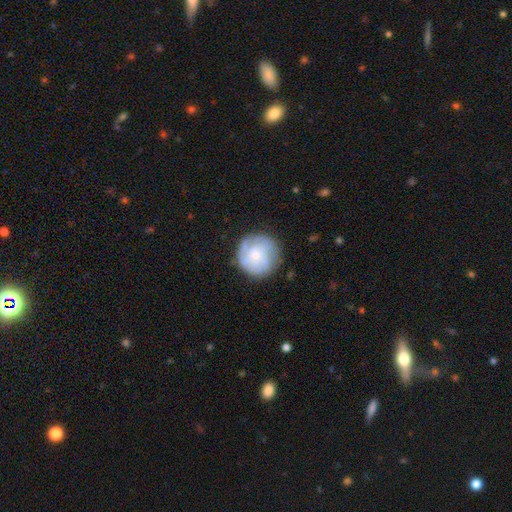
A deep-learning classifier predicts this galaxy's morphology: featured or disk 51%, smooth 42%, star or artifact 7%. Down the decision tree: edge-on disk — no (98%); bar — no (74%); spiral arms — yes (75%); bulge size — small (45%); merging — none (76%).